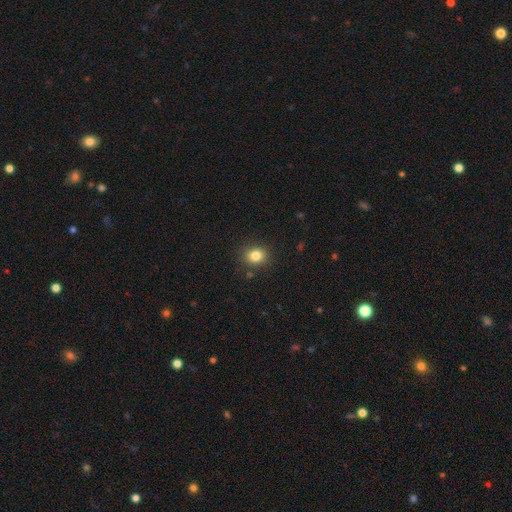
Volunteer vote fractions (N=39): Morphology: type=smooth (90%); roundness=round (77%); merging=none (97%).